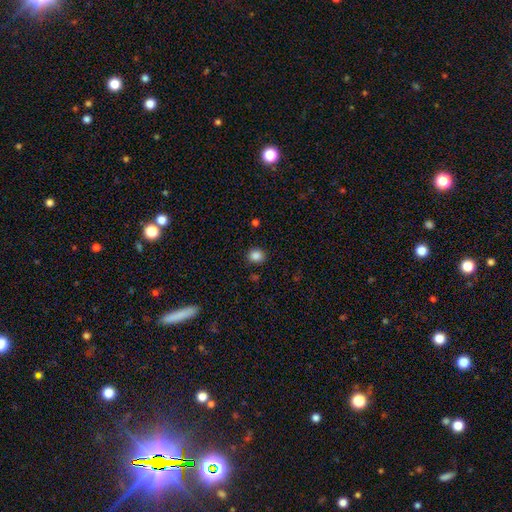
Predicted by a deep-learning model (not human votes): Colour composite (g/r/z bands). It shows a smooth galaxy with no disk features (86%) that is round (77%). Merging: none (89%).